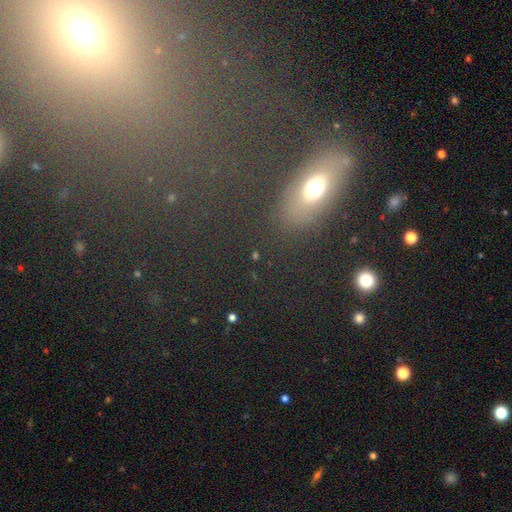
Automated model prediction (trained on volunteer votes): Overall: smooth (53%; star or artifact 28%). How rounded: in between (64%). Merging: none (85%).